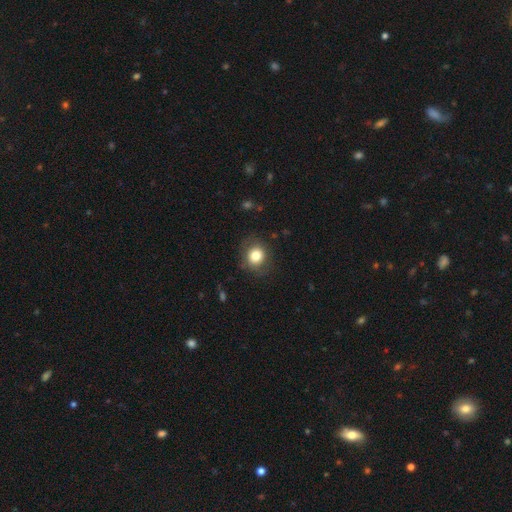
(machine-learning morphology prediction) A smooth galaxy with no disk features (79%) that is round (81%). Merging: none (80%).